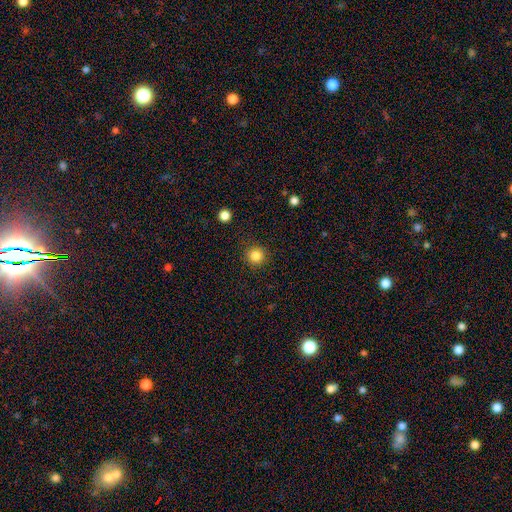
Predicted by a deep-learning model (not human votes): Smooth or featured?
  - smooth: 84% *
  - star or artifact: 12%
  - featured or disk: 4%
How rounded?
  - round: 94% *
  - in between: 5%
  - cigar-shaped: 1%
Merging?
  - none: 90% *
  - minor disturbance: 6%
  - major disturbance: 2%
  - merger: 1%